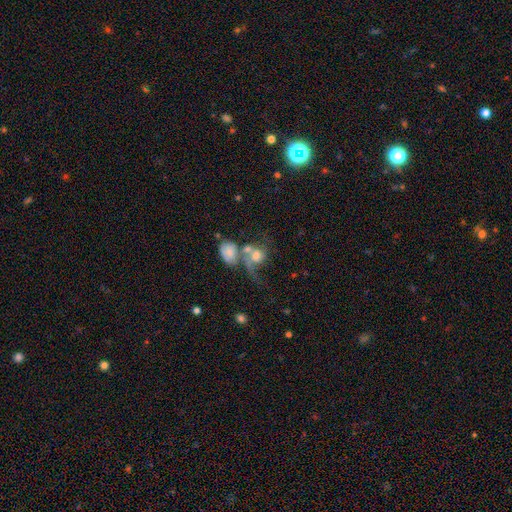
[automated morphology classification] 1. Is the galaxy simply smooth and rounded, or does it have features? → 50% featured or disk, 40% smooth, 10% star or artifact.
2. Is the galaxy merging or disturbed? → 51% merger, 22% major disturbance, 18% none, 9% minor disturbance.